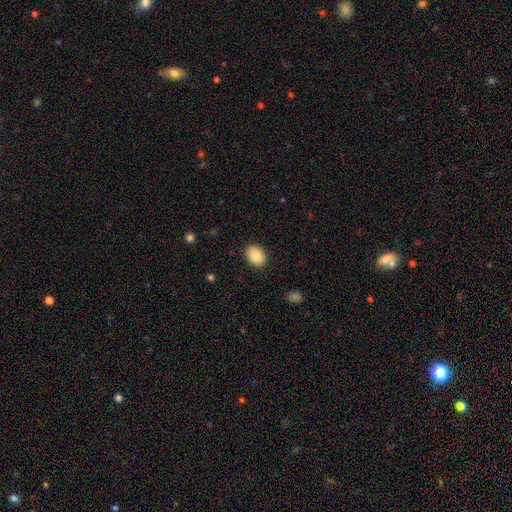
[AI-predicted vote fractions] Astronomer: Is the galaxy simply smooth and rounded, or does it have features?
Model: smooth — 87%.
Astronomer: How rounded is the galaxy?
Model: in between — 75%.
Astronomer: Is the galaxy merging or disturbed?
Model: none — 88%.